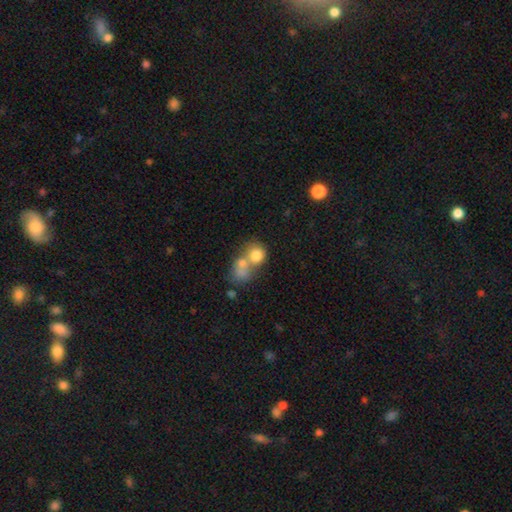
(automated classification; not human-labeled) smooth-or-featured: smooth: 75% | featured or disk: 16% | star or artifact: 10%
  how-rounded: round: 73% | in between: 26% | cigar-shaped: 1%
  merging: merger: 63% | none: 25% | minor disturbance: 7% | major disturbance: 5%